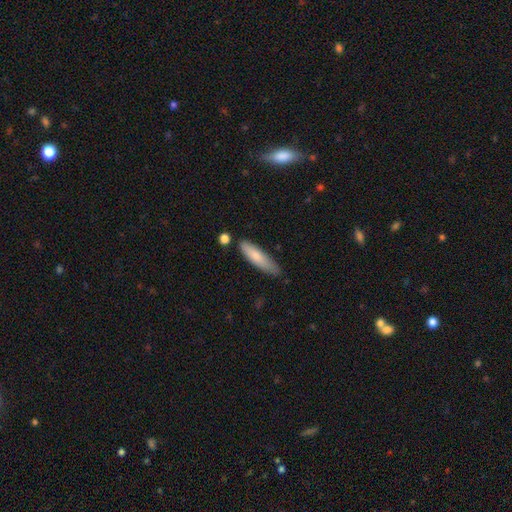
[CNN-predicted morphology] Smooth or featured?
  - smooth: 78% *
  - featured or disk: 16%
  - star or artifact: 6%
How rounded?
  - cigar-shaped: 73% *
  - in between: 26%
  - round: 1%
Merging?
  - none: 74% *
  - minor disturbance: 19%
  - merger: 4%
  - major disturbance: 3%